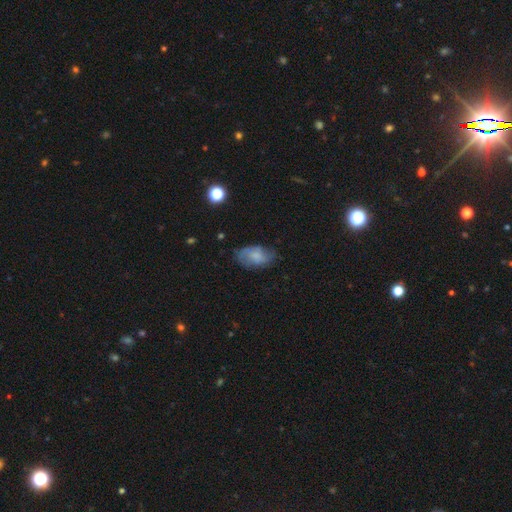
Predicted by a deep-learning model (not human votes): A smooth galaxy with no disk features (49%).

Vote fractions:
- Smooth or featured? smooth: 49% / featured or disk: 43% / star or artifact: 9%
- Merging? none: 65% / minor disturbance: 24% / major disturbance: 9% / merger: 2%